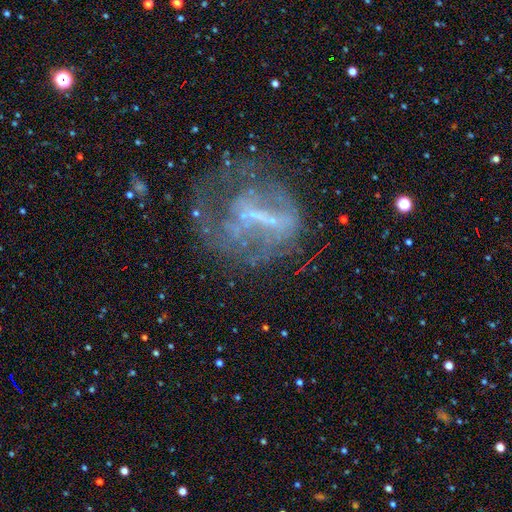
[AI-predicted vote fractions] featured or disk 67%, smooth 17%, star or artifact 16%. Down the decision tree: edge-on disk — no (95%); bar — no (36%); spiral arms — no (63%); bulge size — none (43%, tied with small); merging — none (41%).